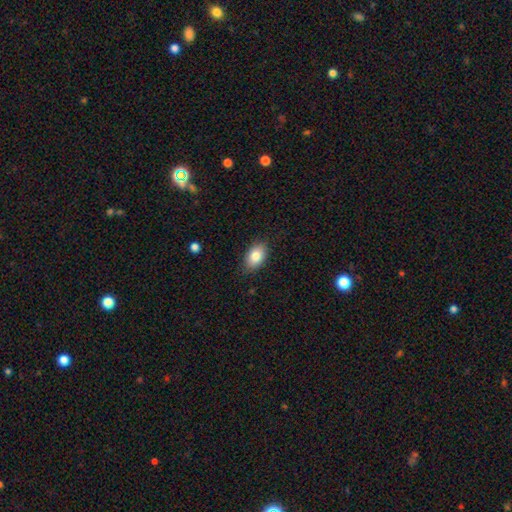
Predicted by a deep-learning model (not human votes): smooth_or_featured: smooth (p=0.82) [alt: featured or disk p=0.10]
how_rounded: in between (p=0.90) [alt: round p=0.08]
merging: none (p=0.85) [alt: minor disturbance p=0.12]